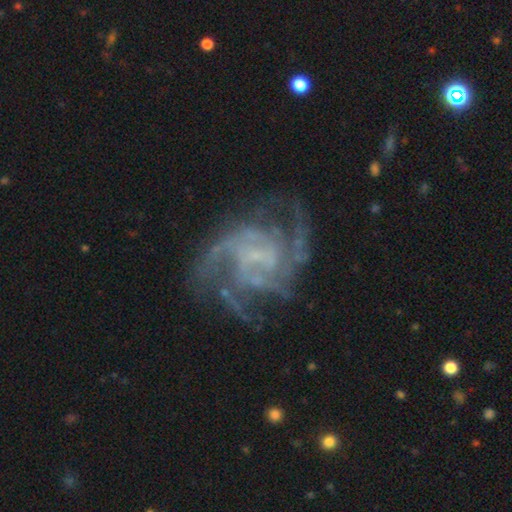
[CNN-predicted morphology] smooth-or-featured: featured or disk: 88% | star or artifact: 7% | smooth: 5%
  disk-edge-on: no: 98% | yes: 2%
    bar: no: 45% | weak: 42% | strong: 12%
    has-spiral-arms: yes: 96% | no: 4%
      spiral-winding: medium: 50% | tight: 31% | loose: 19%
      spiral-arm-count: 3: 30% | can't tell: 19% | 2: 19% | 4: 18% | more than 4: 8% | 1: 7%
    bulge-size: small: 46% | none: 39% | moderate: 12% | large: 2% | dominant: 1%
  merging: none: 63% | major disturbance: 18% | minor disturbance: 16% | merger: 2%